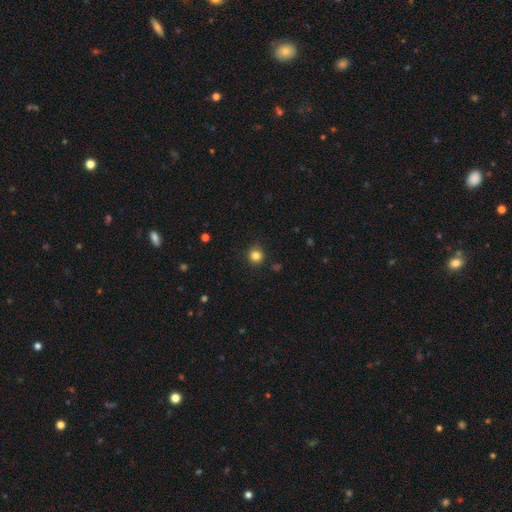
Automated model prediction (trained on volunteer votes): smooth_or_featured: smooth (p=0.83) [alt: star or artifact p=0.13]
how_rounded: round (p=0.92) [alt: in between p=0.08]
merging: none (p=0.87) [alt: minor disturbance p=0.09]